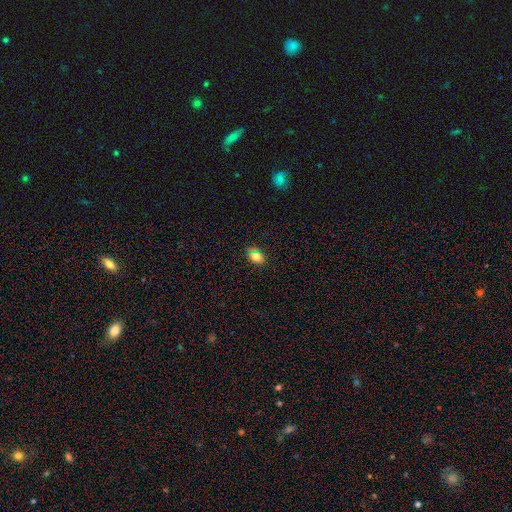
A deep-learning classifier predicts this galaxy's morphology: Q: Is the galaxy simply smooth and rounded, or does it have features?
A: smooth — 71%.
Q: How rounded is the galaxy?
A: in between — 65%.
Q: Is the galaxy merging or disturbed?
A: none — 86%.